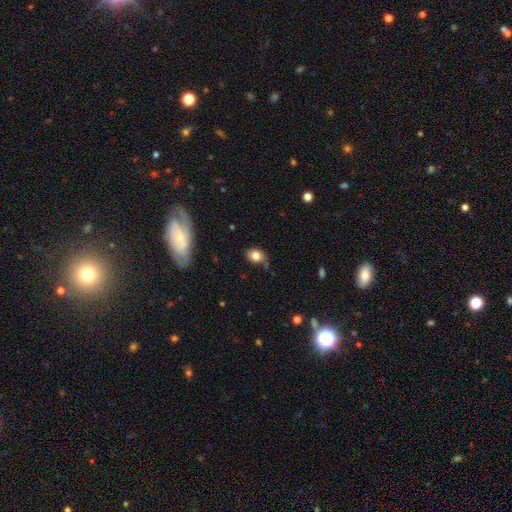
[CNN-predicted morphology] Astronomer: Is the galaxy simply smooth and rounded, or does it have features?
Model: smooth — 81%.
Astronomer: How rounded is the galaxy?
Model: in between — 63%.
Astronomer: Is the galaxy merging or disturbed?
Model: none — 72%.